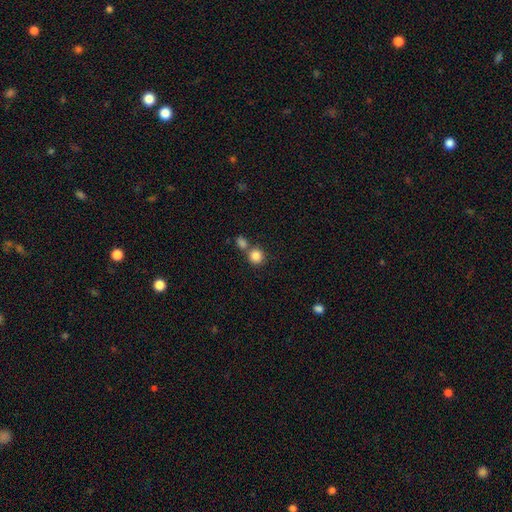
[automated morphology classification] smooth 85%, star or artifact 10%, featured or disk 6%. Down the decision tree: how rounded — round (89%); merging — none (56%).